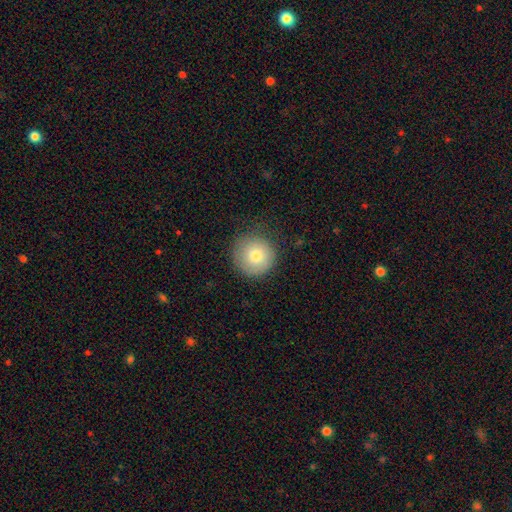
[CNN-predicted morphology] smooth_or_featured: smooth (p=0.78) [alt: featured or disk p=0.12]
how_rounded: round (p=0.95) [alt: in between p=0.04]
merging: none (p=0.82) [alt: minor disturbance p=0.13]